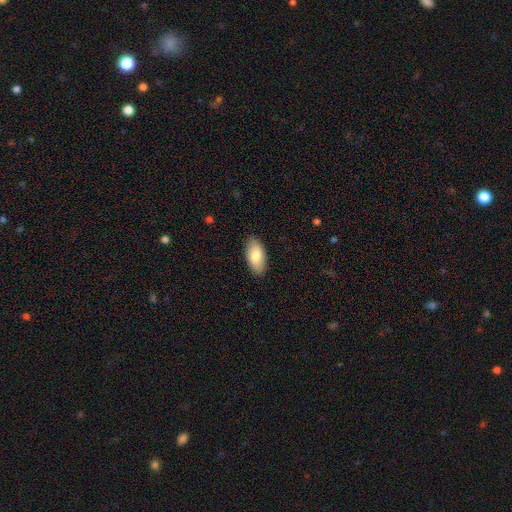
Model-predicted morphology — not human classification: Smooth or featured?
  - smooth: 83% *
  - featured or disk: 11%
  - star or artifact: 6%
How rounded?
  - in between: 93% *
  - cigar-shaped: 4%
  - round: 2%
Merging?
  - none: 88% *
  - minor disturbance: 10%
  - major disturbance: 2%
  - merger: 1%